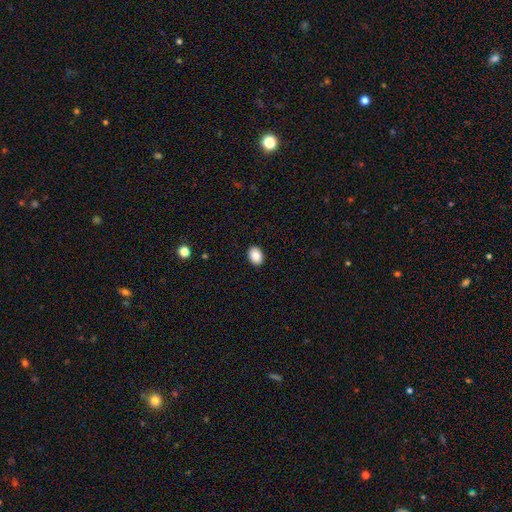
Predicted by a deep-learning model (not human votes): Smooth or featured? Predicted: smooth (p=0.88). How rounded? Predicted: in between (p=0.74). Merging? Predicted: none (p=0.91).